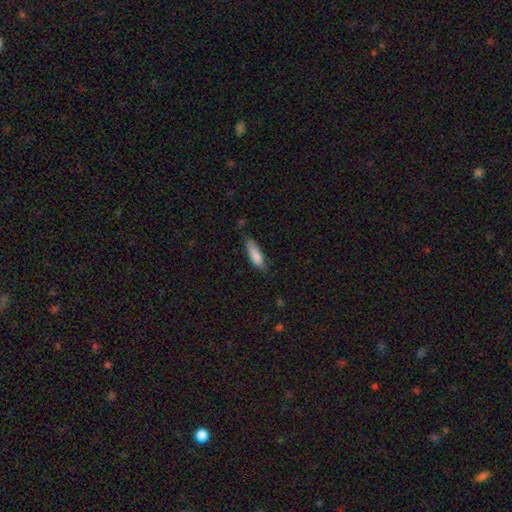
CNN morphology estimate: smooth-or-featured: smooth: 84% | featured or disk: 9% | star or artifact: 6%
  how-rounded: cigar-shaped: 52% | in between: 46% | round: 1%
  merging: none: 71% | minor disturbance: 23% | major disturbance: 4% | merger: 2%